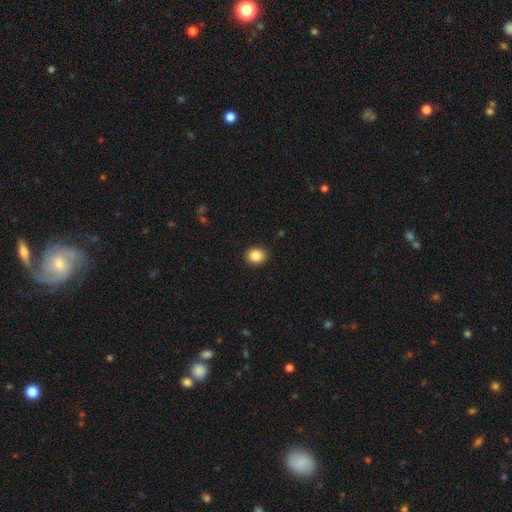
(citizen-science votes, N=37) Q: Smooth or featured?
A: smooth (95%); runner-up: featured or disk (5%)
Q: How rounded?
A: round (69%); runner-up: in between (31%)
Q: Merging?
A: none (89%); runner-up: minor disturbance (5%)